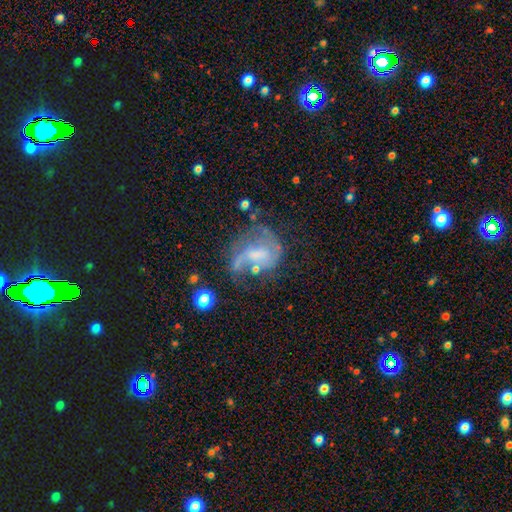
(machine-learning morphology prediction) A featured or disk galaxy (69%) with a weak bar (44%), spiral arms (72%) and a small central bulge (35%). Merging: none (37%).